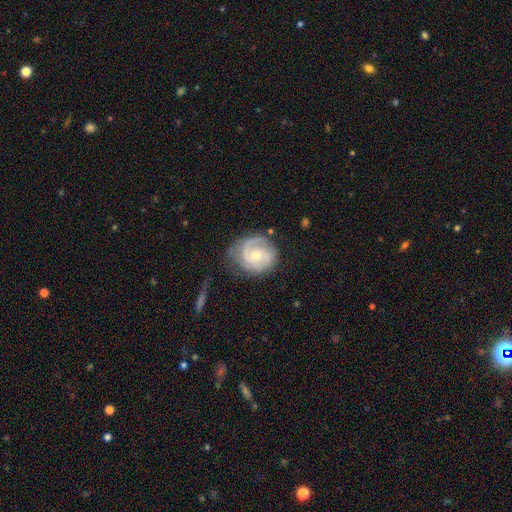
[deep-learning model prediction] The model was most divided on "bulge size": moderate: 54%, small: 42%, large: 2%, none: 1%, dominant: 1%. More confident: edge-on disk — no (98%); spiral arms — yes (95%); smooth or featured — featured or disk (82%); merging — none (66%); bar — no (65%); spiral arm count — 2 (58%); spiral winding — tight (54%).